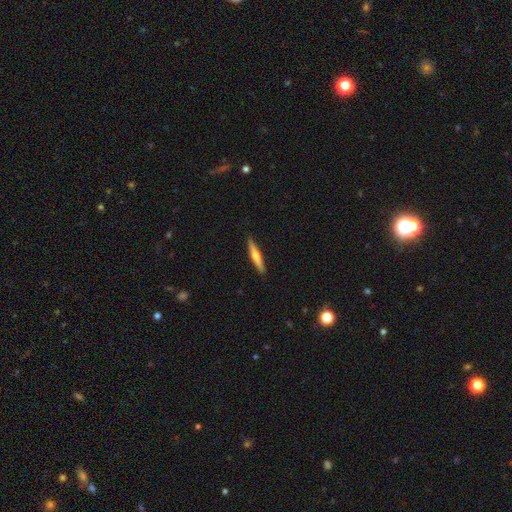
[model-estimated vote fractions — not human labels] The model was most divided on "smooth or featured": featured or disk: 50%, smooth: 44%, star or artifact: 5%. More confident: edge-on disk — yes (96%); merging — none (91%).